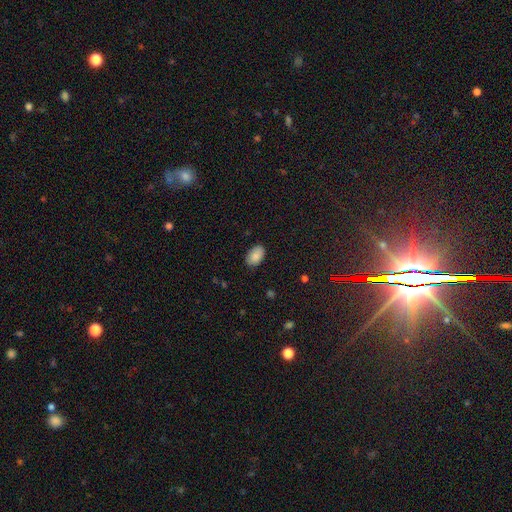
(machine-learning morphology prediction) Smooth or featured? smooth (88%)
How rounded? in between (92%)
Merging? none (85%)